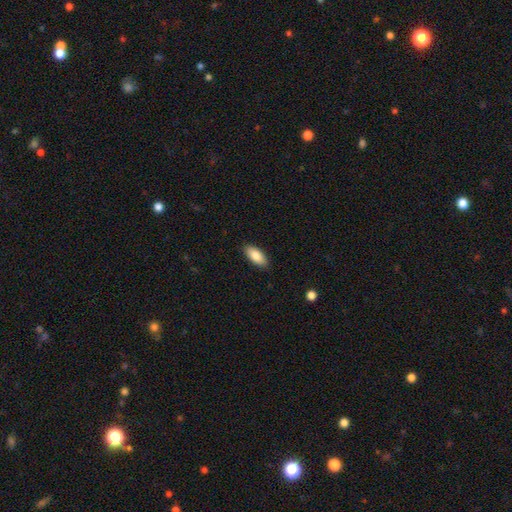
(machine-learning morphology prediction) Smooth or featured? smooth (84%)
How rounded? in between (87%)
Merging? none (89%)